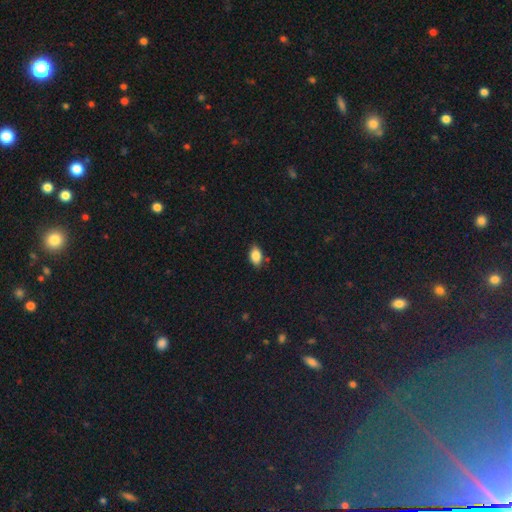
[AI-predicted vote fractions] Q: Smooth or featured?
A: smooth (86%); runner-up: star or artifact (8%)
Q: How rounded?
A: in between (88%); runner-up: round (10%)
Q: Merging?
A: none (80%); runner-up: minor disturbance (16%)